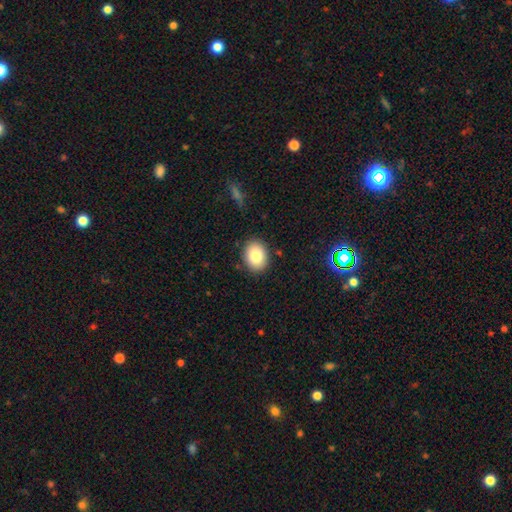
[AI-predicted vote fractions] Smooth or featured?
  - smooth: 83% *
  - featured or disk: 8%
  - star or artifact: 8%
How rounded?
  - in between: 59% *
  - round: 40%
  - cigar-shaped: 1%
Merging?
  - none: 88% *
  - minor disturbance: 8%
  - major disturbance: 2%
  - merger: 1%